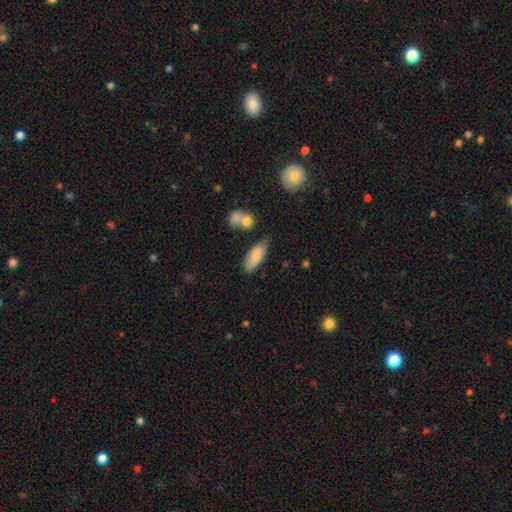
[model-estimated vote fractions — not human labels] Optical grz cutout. It shows a smooth galaxy with no disk features (82%) that is in between round and cigar-shaped (69%). Merging: none (67%).